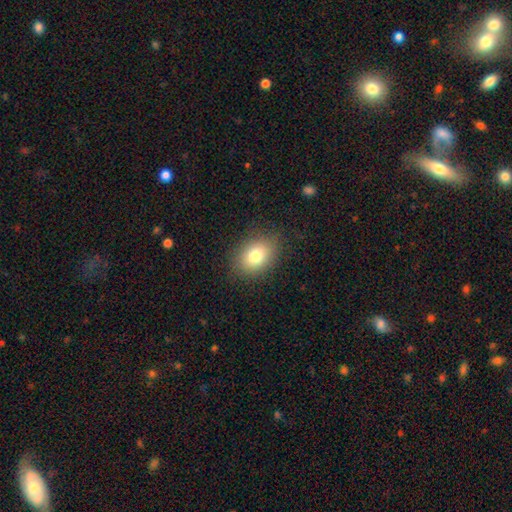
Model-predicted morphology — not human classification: A smooth galaxy with no disk features (78%) that is in between round and cigar-shaped (69%).

Vote fractions:
- Smooth or featured? smooth: 78% / featured or disk: 11% / star or artifact: 10%
- How rounded? in between: 69% / round: 30% / cigar-shaped: 1%
- Merging? none: 84% / minor disturbance: 11% / major disturbance: 4% / merger: 1%